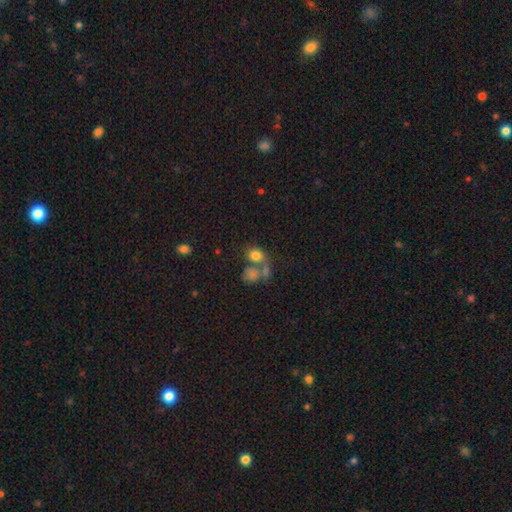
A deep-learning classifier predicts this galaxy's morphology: This appears to be a smooth galaxy with no disk features (73%) that is round (65%). Merging: merger (47%).